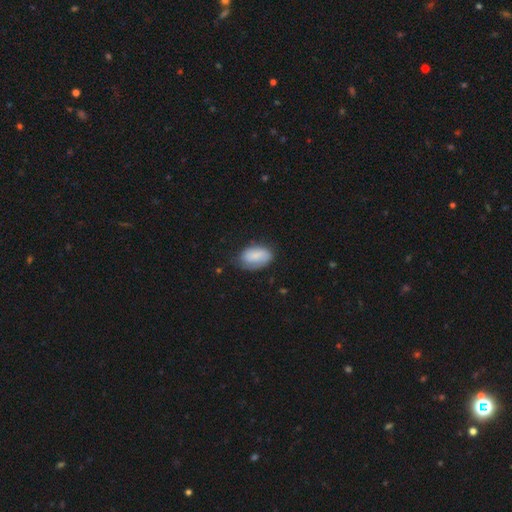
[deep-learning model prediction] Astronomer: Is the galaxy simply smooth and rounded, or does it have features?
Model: smooth — 73%.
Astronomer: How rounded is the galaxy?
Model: in between — 90%.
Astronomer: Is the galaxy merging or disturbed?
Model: none — 63%.